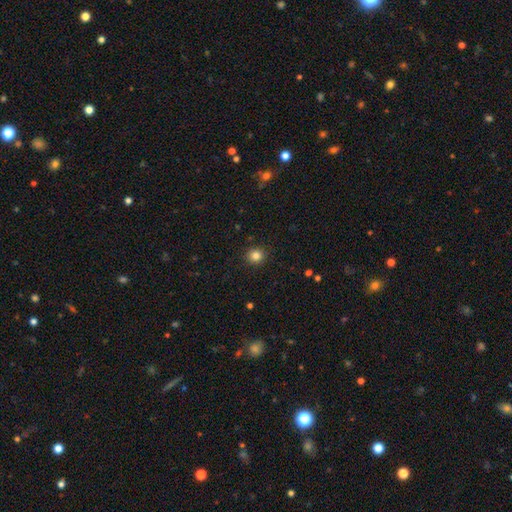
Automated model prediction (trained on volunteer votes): Smooth or featured? smooth (84%)
How rounded? round (89%)
Merging? none (91%)